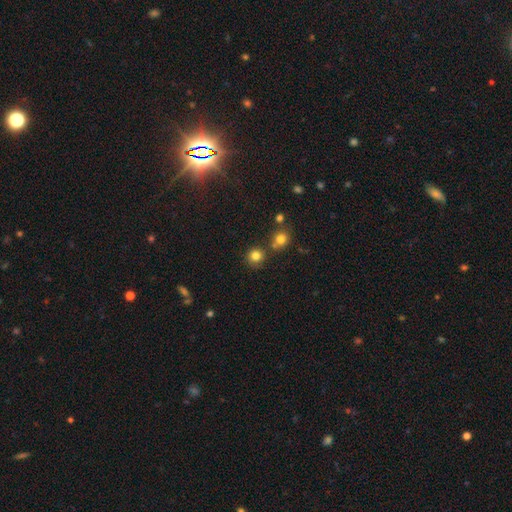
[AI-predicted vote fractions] A smooth galaxy with no disk features (81%) that is round (91%).

Vote fractions:
- Smooth or featured? smooth: 81% / star or artifact: 13% / featured or disk: 6%
- How rounded? round: 91% / in between: 8% / cigar-shaped: 1%
- Merging? none: 74% / merger: 13% / minor disturbance: 9% / major disturbance: 3%